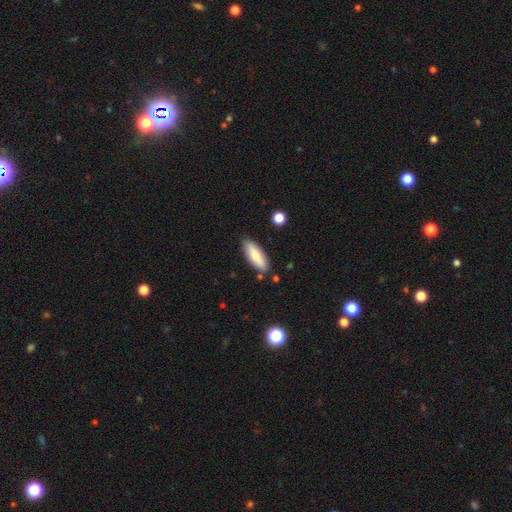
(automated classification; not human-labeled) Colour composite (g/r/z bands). It shows a smooth galaxy with no disk features (73%) that is in between round and cigar-shaped (58%). Merging: none (84%).